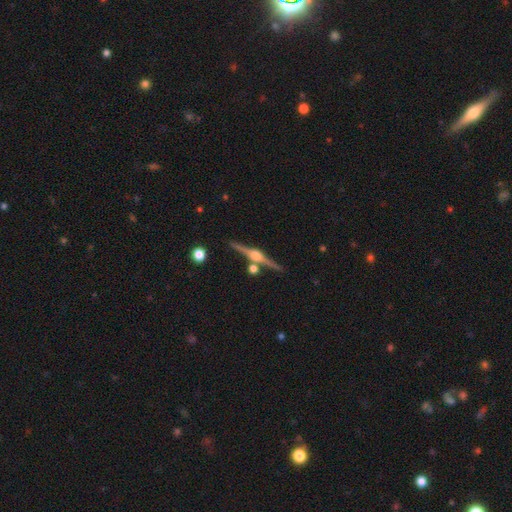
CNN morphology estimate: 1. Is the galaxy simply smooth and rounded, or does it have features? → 86% featured or disk, 8% smooth, 6% star or artifact.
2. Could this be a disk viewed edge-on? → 98% yes, 2% no.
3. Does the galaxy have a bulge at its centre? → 90% rounded, 8% boxy, 2% none.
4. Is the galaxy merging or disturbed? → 85% none, 7% minor disturbance, 6% merger, 2% major disturbance.